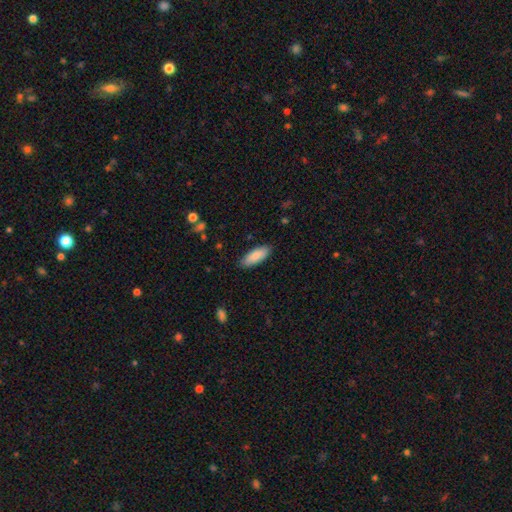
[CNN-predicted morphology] Overall: smooth (88%). How rounded: in between (73%). Merging: none (87%).